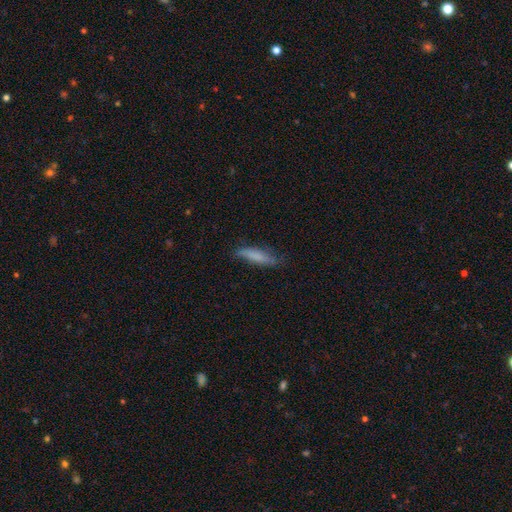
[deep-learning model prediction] smooth_or_featured: smooth (p=0.71) [alt: featured or disk p=0.21]
how_rounded: cigar-shaped (p=0.75) [alt: in between p=0.23]
merging: none (p=0.63) [alt: minor disturbance p=0.27]